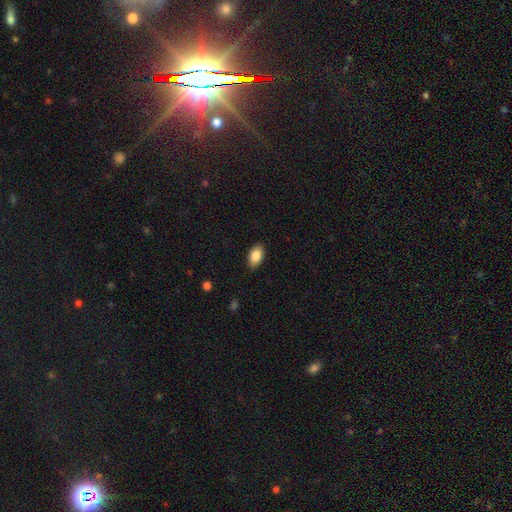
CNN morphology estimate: The model was most divided on "merging": none: 87%, minor disturbance: 10%, major disturbance: 2%, merger: 1%. More confident: how rounded — in between (92%); smooth or featured — smooth (86%).